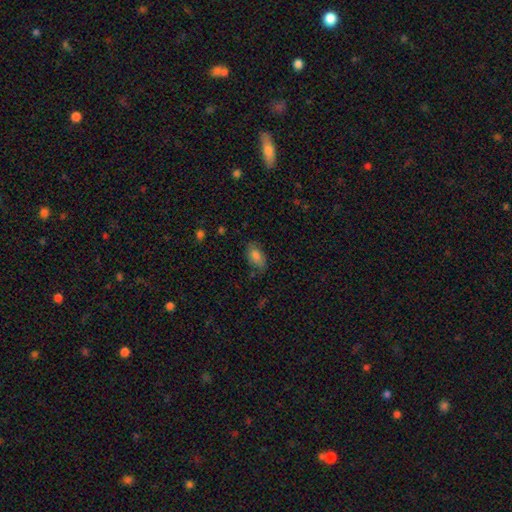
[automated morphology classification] Smooth or featured: smooth — 82% (featured or disk — 10%)
How rounded: in between — 91% (round — 5%)
Merging: none — 73% (minor disturbance — 20%)